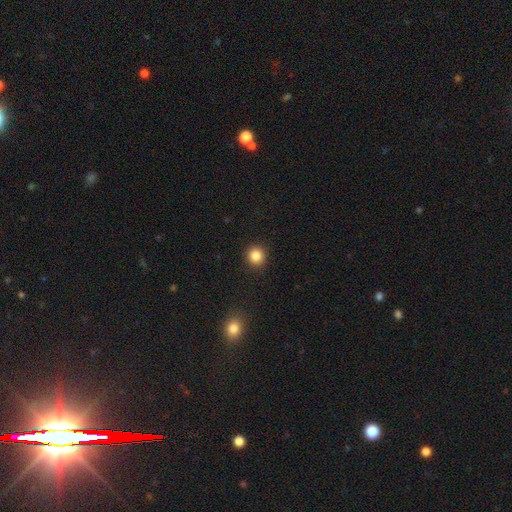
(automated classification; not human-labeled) Smooth or featured? smooth (85%)
How rounded? round (92%)
Merging? none (92%)